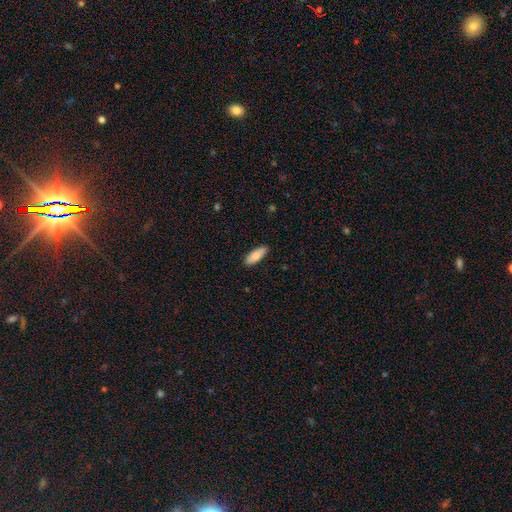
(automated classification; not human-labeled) Smooth or featured? smooth (83%)
How rounded? in between (66%)
Merging? none (87%)